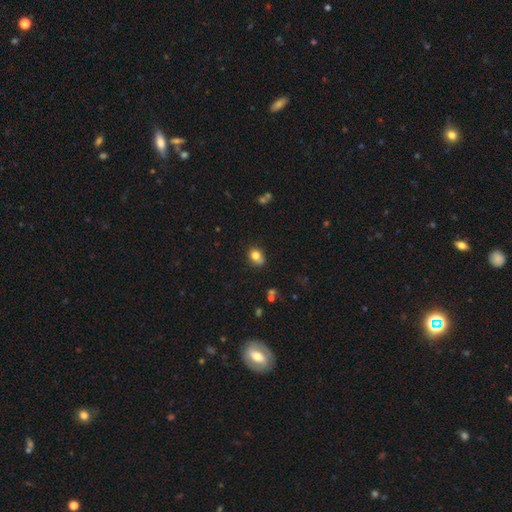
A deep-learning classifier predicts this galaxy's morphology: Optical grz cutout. It shows a smooth galaxy with no disk features (79%) that is in between round and cigar-shaped (53%). Merging: none (71%).